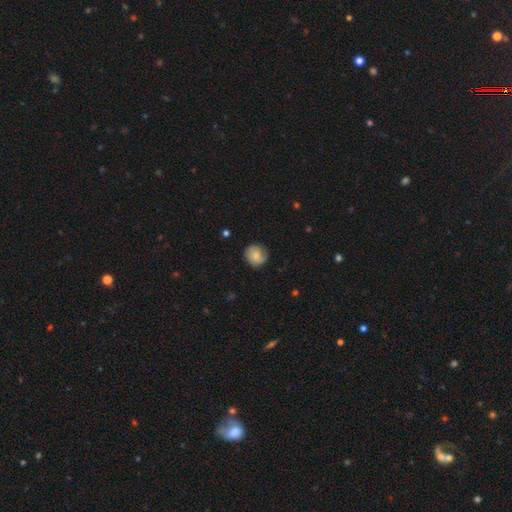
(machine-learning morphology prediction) smooth_or_featured: smooth (p=0.74) [alt: featured or disk p=0.19]
how_rounded: round (p=0.88) [alt: in between p=0.11]
merging: none (p=0.79) [alt: minor disturbance p=0.16]